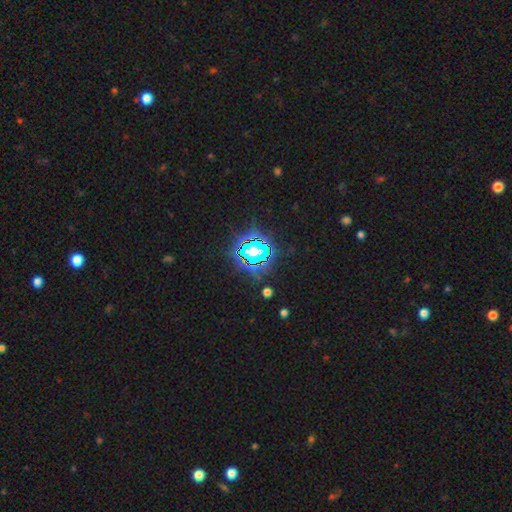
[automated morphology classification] This is clearly a star or artifact rather than a galaxy (81%).